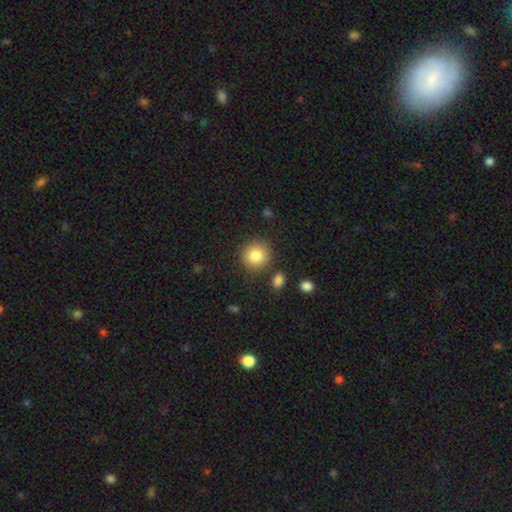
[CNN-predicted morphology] Smooth or featured? smooth (85%)
How rounded? round (89%)
Merging? none (83%)